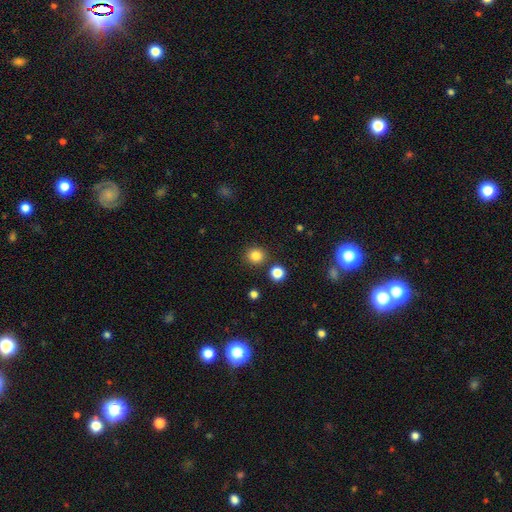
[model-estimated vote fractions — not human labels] smooth-or-featured: smooth: 83% | star or artifact: 12% | featured or disk: 4%
  how-rounded: round: 90% | in between: 9% | cigar-shaped: 1%
  merging: none: 86% | minor disturbance: 7% | merger: 5% | major disturbance: 2%